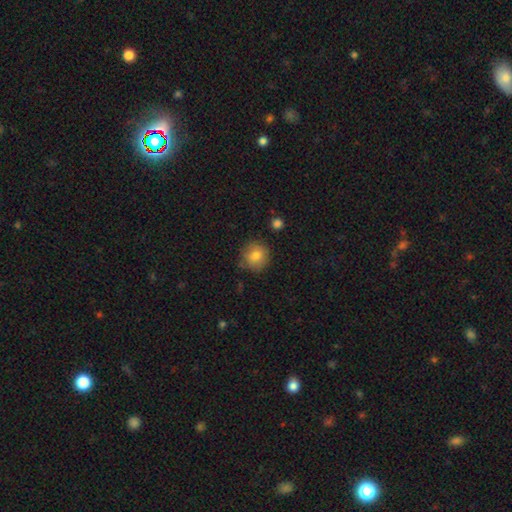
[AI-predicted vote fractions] Smooth or featured: smooth — 81% (featured or disk — 10%)
How rounded: round — 90% (in between — 9%)
Merging: none — 81% (minor disturbance — 14%)